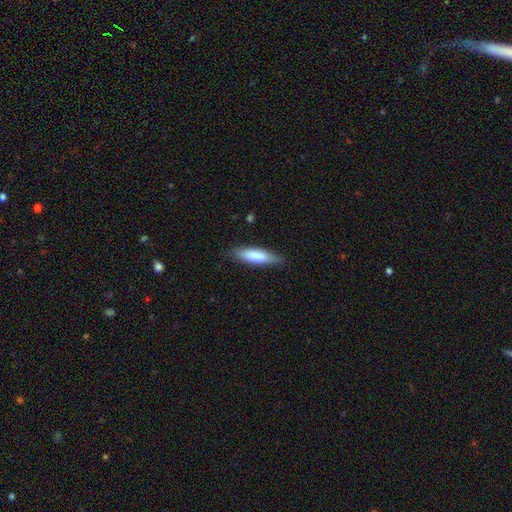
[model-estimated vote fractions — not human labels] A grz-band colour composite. It shows a smooth galaxy with no disk features (79%) that is cigar-shaped (68%). Merging: none (82%).